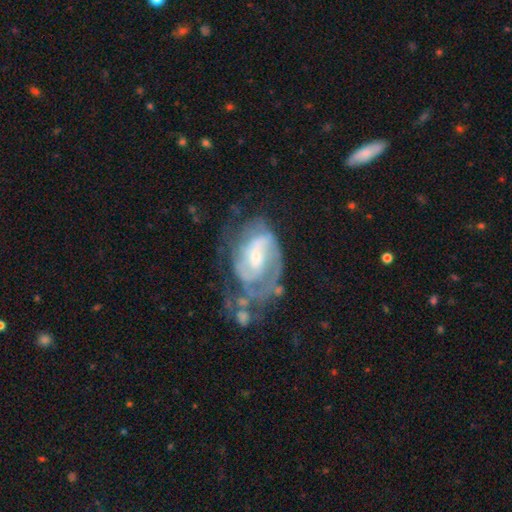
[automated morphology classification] This is clearly a featured or disk galaxy (82%). It is clearly not viewed edge-on (97%). Bar: possibly weak (45%). Spiral arm pattern: clearly yes (89%). Spiral arm count: marginally 2 (45%). Spiral winding: possibly tight (46%). Central bulge: possibly small (45%). Merging: marginally none (35%).